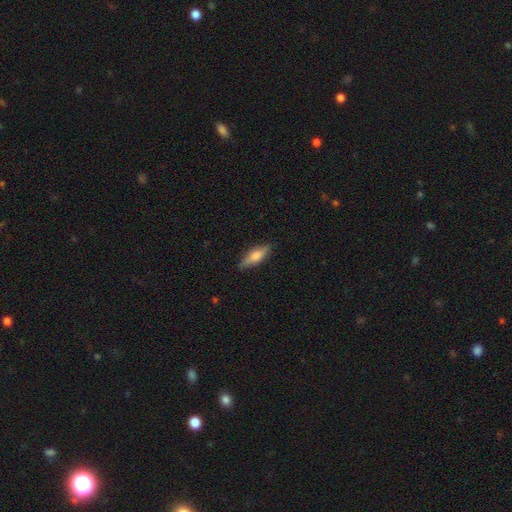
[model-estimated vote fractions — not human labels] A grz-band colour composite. It shows a smooth galaxy with no disk features (55%) that is cigar-shaped (54%). Merging: none (87%).